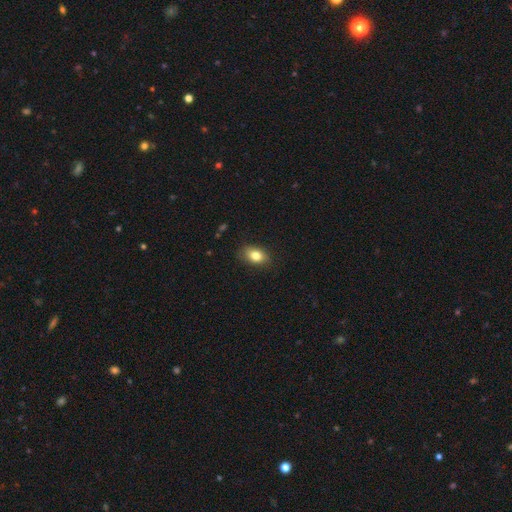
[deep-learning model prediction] The model was most divided on "how rounded": in between: 84%, round: 15%, cigar-shaped: 2%. More confident: merging — none (84%); smooth or featured — smooth (82%).